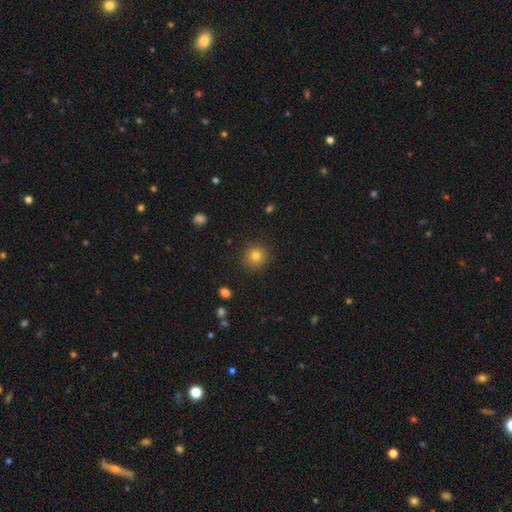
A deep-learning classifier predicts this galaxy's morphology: smooth_or_featured: smooth (p=0.81) [alt: star or artifact p=0.12]
how_rounded: round (p=0.91) [alt: in between p=0.08]
merging: none (p=0.89) [alt: minor disturbance p=0.08]